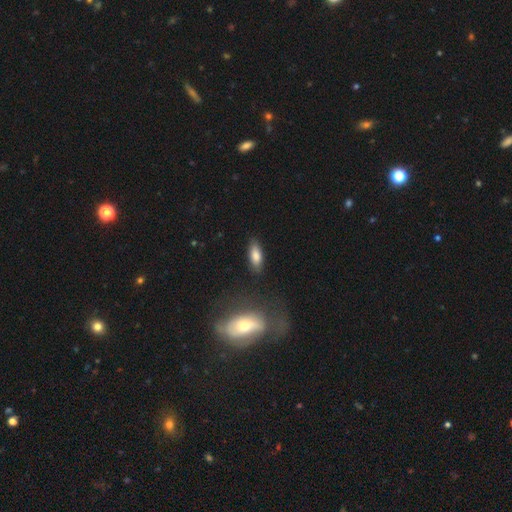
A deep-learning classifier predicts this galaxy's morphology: Q: Smooth or featured?
A: smooth (81%); runner-up: featured or disk (12%)
Q: How rounded?
A: in between (77%); runner-up: cigar-shaped (20%)
Q: Merging?
A: none (84%); runner-up: minor disturbance (11%)